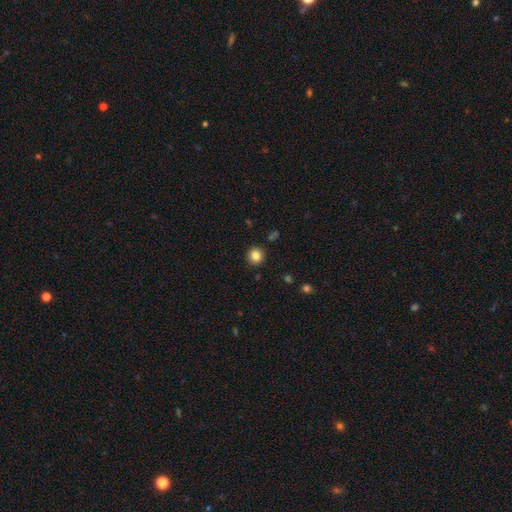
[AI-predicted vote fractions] Smooth or featured?
  - smooth: 83% *
  - star or artifact: 11%
  - featured or disk: 5%
How rounded?
  - round: 92% *
  - in between: 7%
  - cigar-shaped: 1%
Merging?
  - none: 91% *
  - minor disturbance: 5%
  - major disturbance: 2%
  - merger: 1%